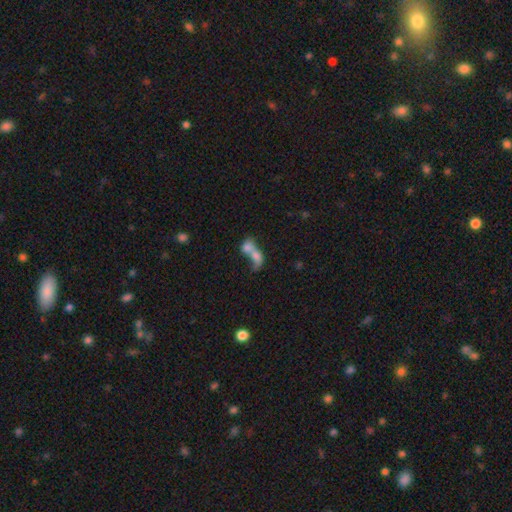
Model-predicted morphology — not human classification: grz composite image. It shows a smooth galaxy with no disk features (61%) that is in between round and cigar-shaped (65%). Merging: merger (77%).